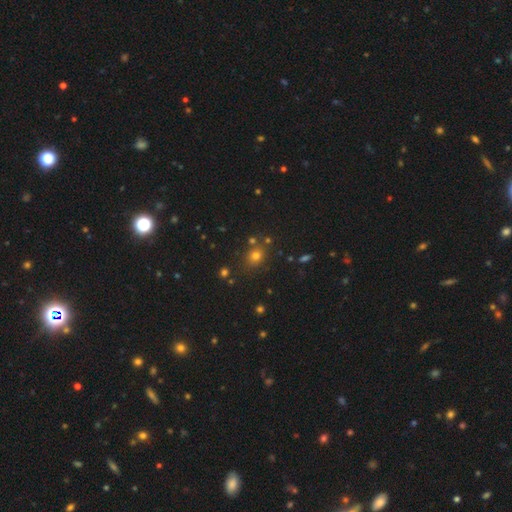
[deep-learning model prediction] smooth_or_featured: smooth (p=0.71) [alt: star or artifact p=0.20]
how_rounded: round (p=0.66) [alt: in between p=0.33]
merging: none (p=0.76) [alt: minor disturbance p=0.11]